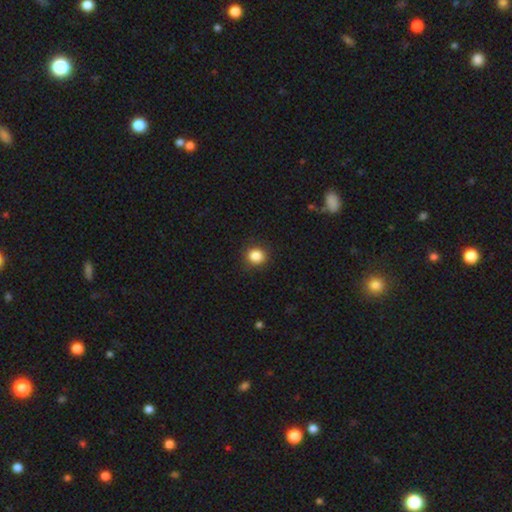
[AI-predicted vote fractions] This is clearly a smooth galaxy (86%). How rounded: clearly round (86%). Merging: clearly none (89%).